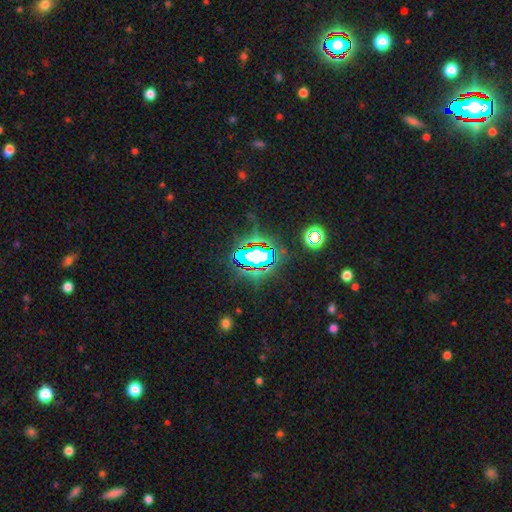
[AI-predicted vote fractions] Morphology: type=star or artifact (67%).